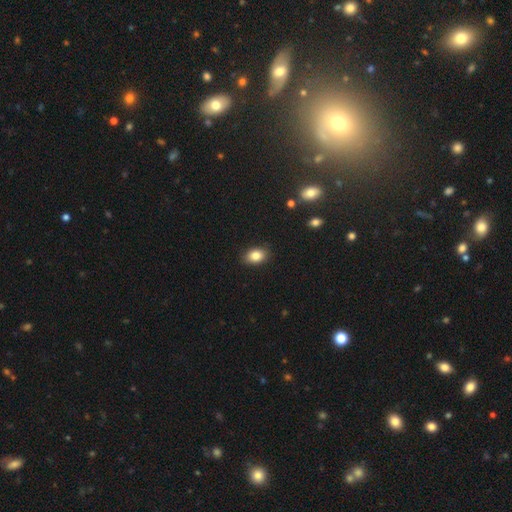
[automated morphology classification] Overall: smooth (84%). How rounded: in between (80%). Merging: none (87%).